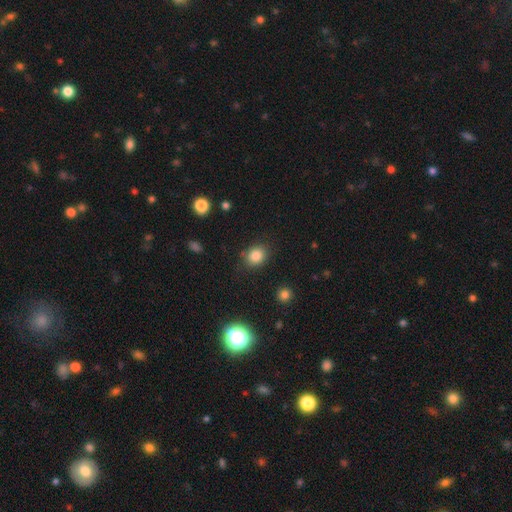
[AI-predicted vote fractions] smooth 84%, star or artifact 11%, featured or disk 5%. Down the decision tree: how rounded — round (63%); merging — none (83%).